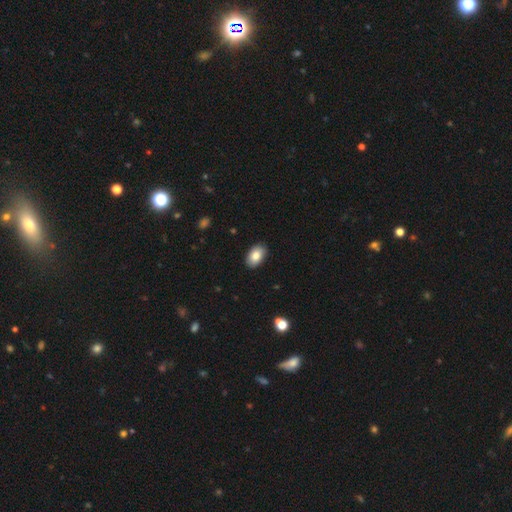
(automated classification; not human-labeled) A smooth galaxy with no disk features (84%) that is in between round and cigar-shaped (92%). Merging: none (88%).